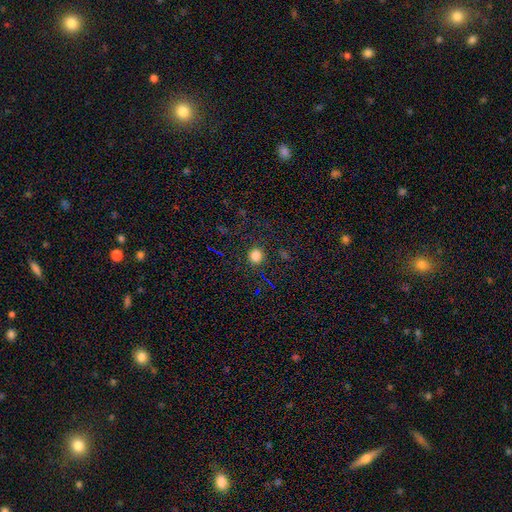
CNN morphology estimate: Smooth or featured?
  - smooth: 79% *
  - star or artifact: 17%
  - featured or disk: 5%
How rounded?
  - round: 88% *
  - in between: 11%
  - cigar-shaped: 1%
Merging?
  - none: 88% *
  - minor disturbance: 8%
  - major disturbance: 3%
  - merger: 1%